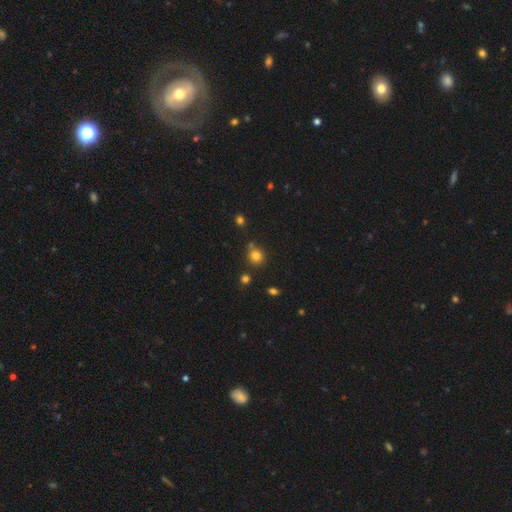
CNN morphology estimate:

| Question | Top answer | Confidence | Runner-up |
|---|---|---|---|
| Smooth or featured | smooth | 79% | star or artifact (14%) |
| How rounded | round | 86% | in between (13%) |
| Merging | none | 73% | minor disturbance (12%) |